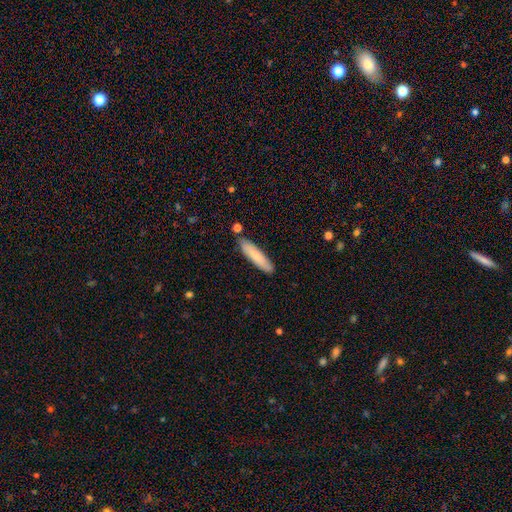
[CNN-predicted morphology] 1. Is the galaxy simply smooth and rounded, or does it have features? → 78% smooth, 16% featured or disk, 6% star or artifact.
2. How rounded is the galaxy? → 82% cigar-shaped, 16% in between, 1% round.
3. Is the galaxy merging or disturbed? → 85% none, 10% minor disturbance, 3% merger, 2% major disturbance.